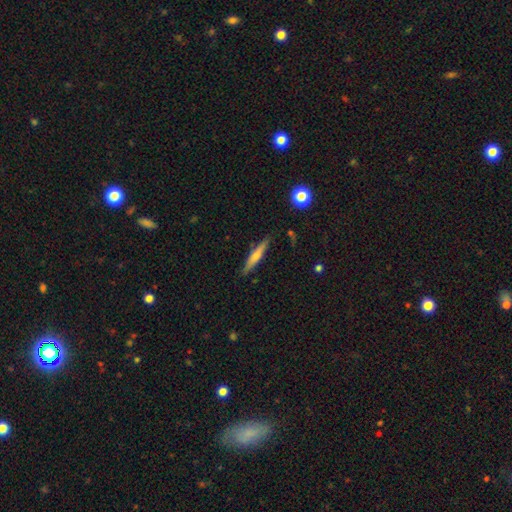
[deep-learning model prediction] The model was most divided on "smooth or featured": smooth: 47%, featured or disk: 46%, star or artifact: 7%. More confident: merging — none (88%).